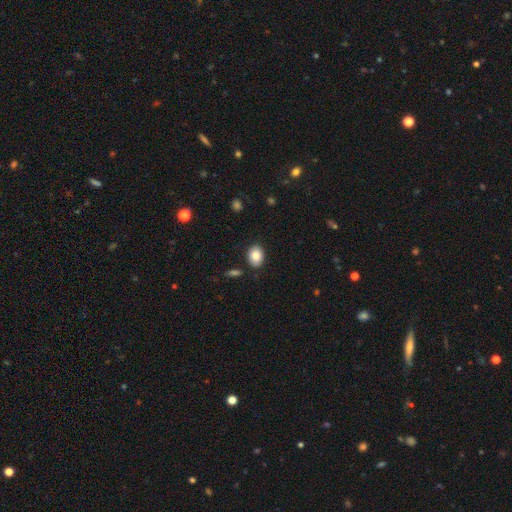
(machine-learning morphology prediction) A smooth galaxy with no disk features (86%) that is in between round and cigar-shaped (70%). Merging: none (85%).